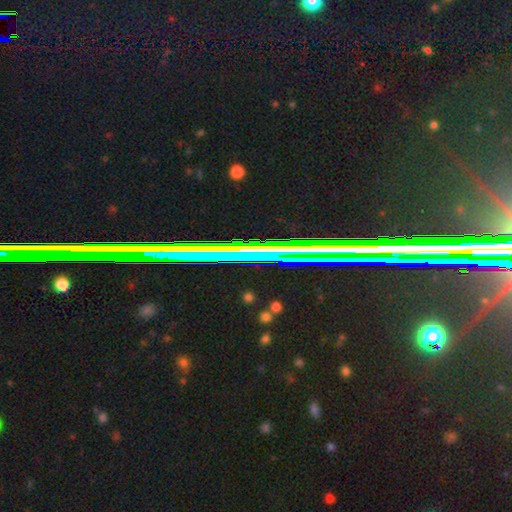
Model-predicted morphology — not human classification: This appears to be a star or artifact, not a galaxy (75%).